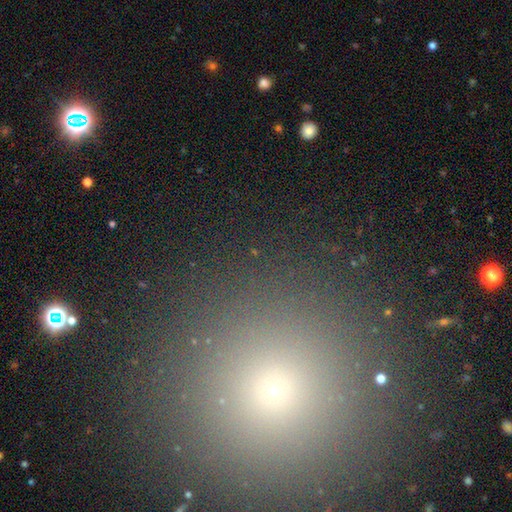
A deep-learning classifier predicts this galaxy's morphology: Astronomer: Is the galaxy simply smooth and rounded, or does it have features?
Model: smooth — 59%.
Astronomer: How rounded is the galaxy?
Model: round — 94%.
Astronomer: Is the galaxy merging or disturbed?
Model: none — 91%.